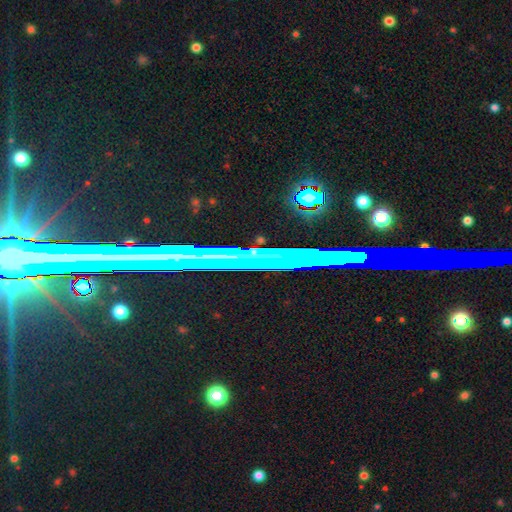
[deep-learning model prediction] This is likely a star or artifact rather than a galaxy (78%).